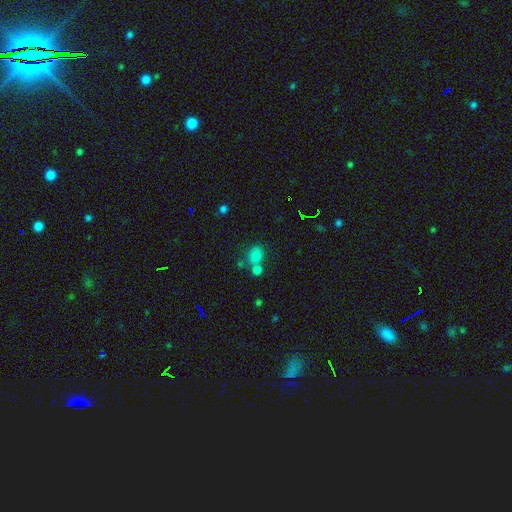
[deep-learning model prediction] Morphology: type=smooth (76%); roundness=round (65%); merging=none (57%).